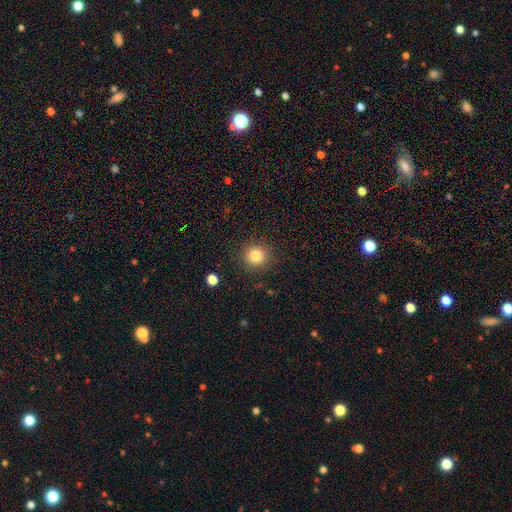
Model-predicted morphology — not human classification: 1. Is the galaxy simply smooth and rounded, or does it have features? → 83% smooth, 12% star or artifact, 6% featured or disk.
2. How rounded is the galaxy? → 93% round, 6% in between, 1% cigar-shaped.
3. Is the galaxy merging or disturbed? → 90% none, 6% minor disturbance, 2% major disturbance, 1% merger.